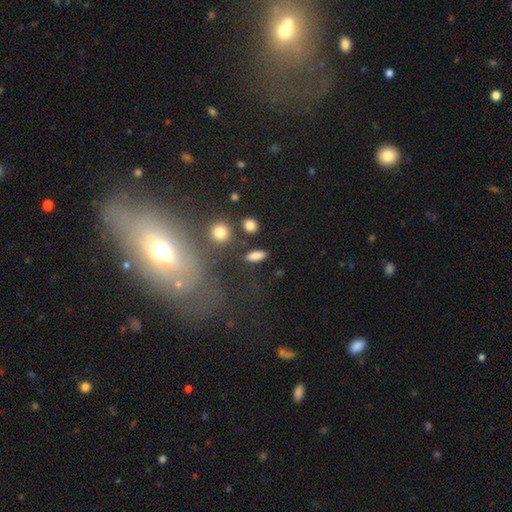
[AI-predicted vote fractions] Overall: smooth (84%). How rounded: in between (73%). Merging: none (80%).